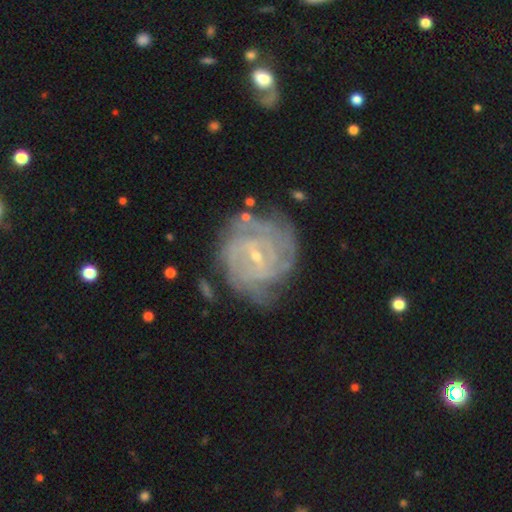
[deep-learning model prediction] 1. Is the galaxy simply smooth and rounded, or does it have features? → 85% featured or disk, 9% smooth, 6% star or artifact.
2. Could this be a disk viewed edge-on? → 97% no, 3% yes.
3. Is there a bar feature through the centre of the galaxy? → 56% weak, 26% no, 18% strong.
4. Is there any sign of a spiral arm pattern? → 94% yes, 6% no.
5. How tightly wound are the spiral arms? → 71% tight, 23% medium, 5% loose.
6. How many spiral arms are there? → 37% can't tell, 18% 4, 16% 2, 15% 3, 8% more than 4, 6% 1.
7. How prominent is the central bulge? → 78% small, 18% moderate, 2% none, 1% large, 1% dominant.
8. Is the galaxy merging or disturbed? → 68% none, 21% minor disturbance, 9% major disturbance, 3% merger.